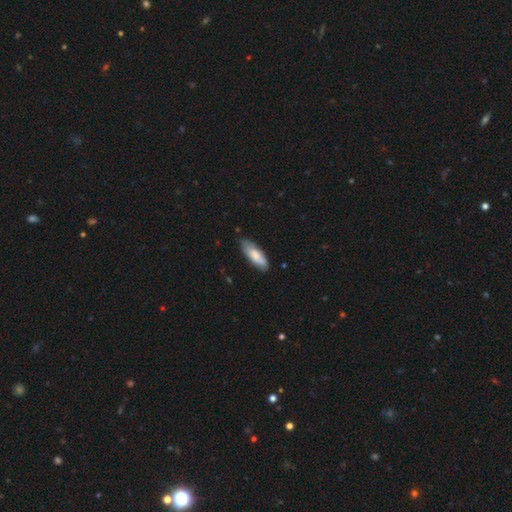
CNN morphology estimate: Overall: smooth (77%). How rounded: in between (63%; cigar-shaped 35%). Merging: none (74%).